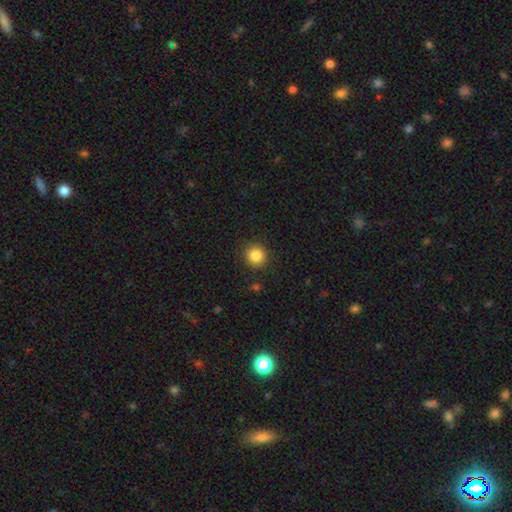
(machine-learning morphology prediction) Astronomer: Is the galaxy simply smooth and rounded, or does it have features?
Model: smooth — 85%.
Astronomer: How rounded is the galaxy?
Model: round — 92%.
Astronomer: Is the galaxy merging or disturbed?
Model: none — 90%.